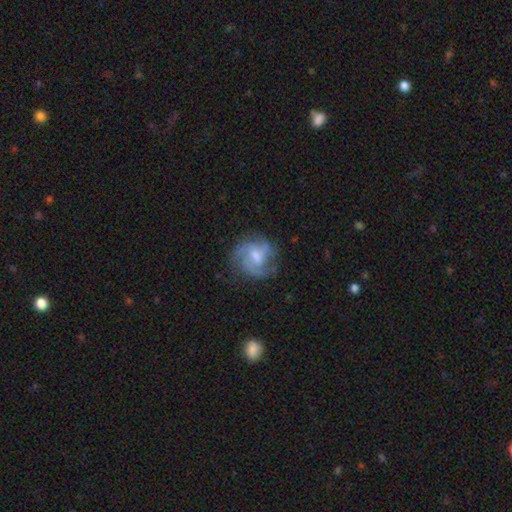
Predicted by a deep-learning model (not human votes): Smooth or featured? featured or disk (72%)
Edge-on disk? no (98%)
Bar? no (48%)
Spiral arms? yes (91%)
Spiral winding? medium (49%)
Spiral arm count? 3 (43%)
Bulge size? moderate (51%)
Merging? none (67%)